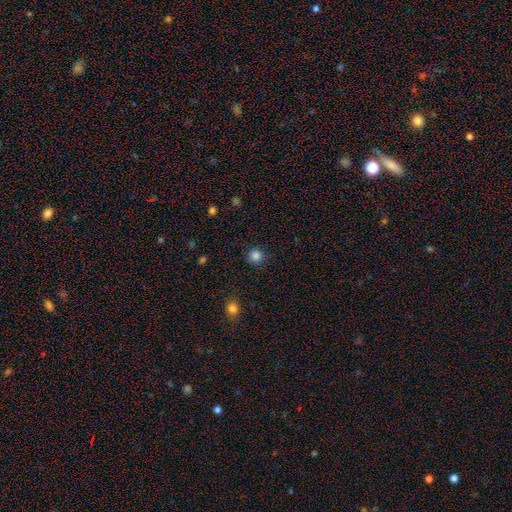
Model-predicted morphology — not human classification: type=smooth (85%); roundness=round (94%); merging=none (90%).